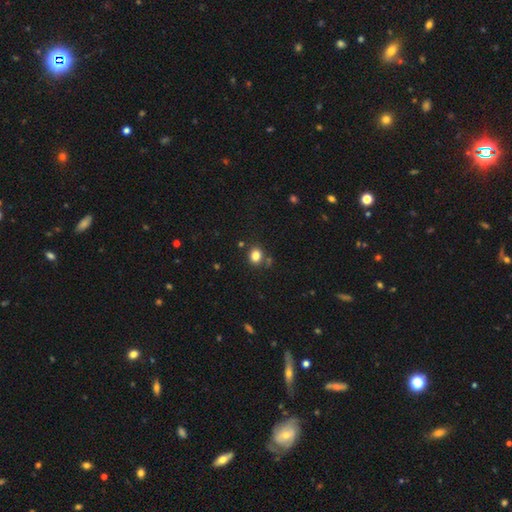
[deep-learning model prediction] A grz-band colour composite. It shows a smooth galaxy with no disk features (82%) that is round (65%). Merging: none (79%).